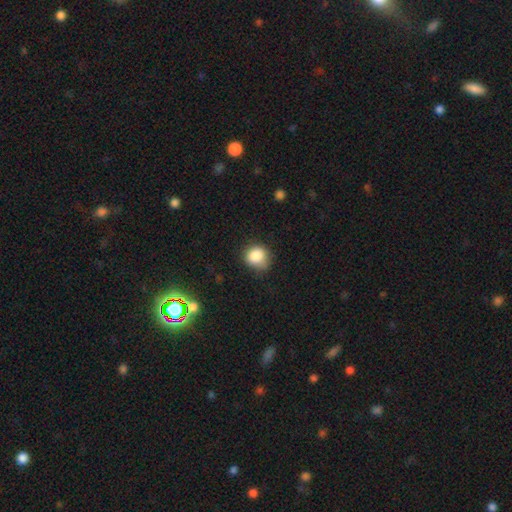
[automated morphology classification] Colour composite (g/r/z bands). It shows a smooth galaxy with no disk features (84%) that is round (78%). Merging: none (63%).